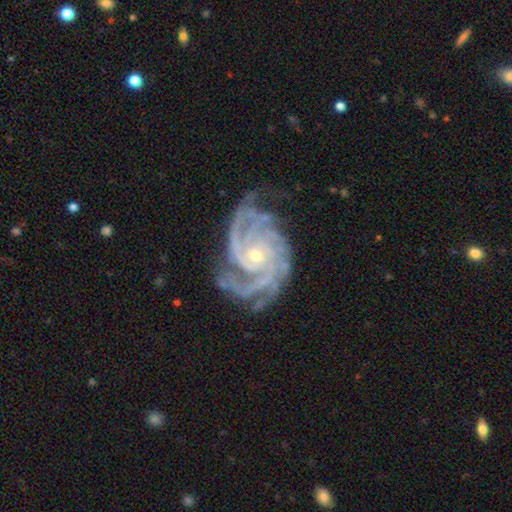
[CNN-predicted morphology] smooth-or-featured: featured or disk: 93% | star or artifact: 5% | smooth: 3%
  disk-edge-on: no: 98% | yes: 2%
    bar: no: 71% | weak: 22% | strong: 7%
    has-spiral-arms: yes: 99% | no: 1%
      spiral-winding: tight: 67% | medium: 29% | loose: 4%
      spiral-arm-count: 4: 31% | 3: 21% | more than 4: 19% | can't tell: 11% | 2: 10% | 1: 7%
    bulge-size: small: 70% | moderate: 27% | large: 1% | none: 1% | dominant: 1%
  merging: none: 67% | minor disturbance: 21% | major disturbance: 11% | merger: 2%